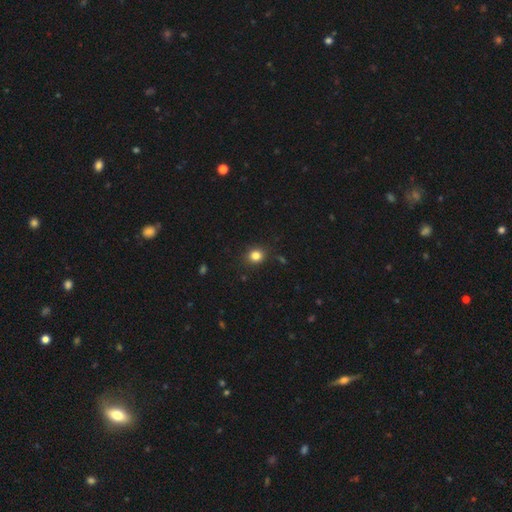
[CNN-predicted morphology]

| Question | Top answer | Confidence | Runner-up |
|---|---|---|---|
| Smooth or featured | smooth | 83% | star or artifact (12%) |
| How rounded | round | 76% | in between (24%) |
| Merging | none | 88% | minor disturbance (8%) |